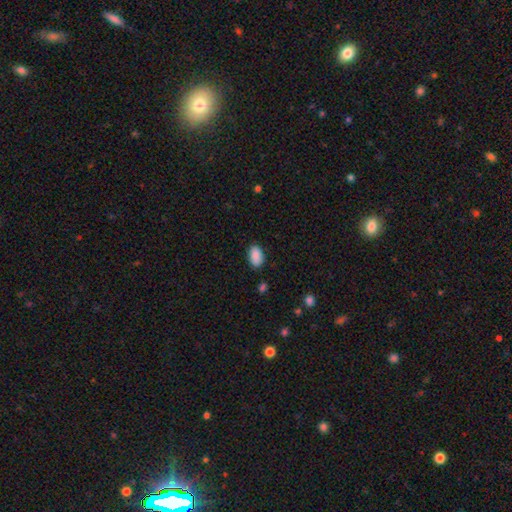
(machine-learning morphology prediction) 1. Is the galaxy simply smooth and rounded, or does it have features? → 89% smooth, 7% star or artifact, 4% featured or disk.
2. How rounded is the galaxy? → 93% in between, 6% round, 1% cigar-shaped.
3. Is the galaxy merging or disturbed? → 83% none, 13% minor disturbance, 3% major disturbance, 1% merger.